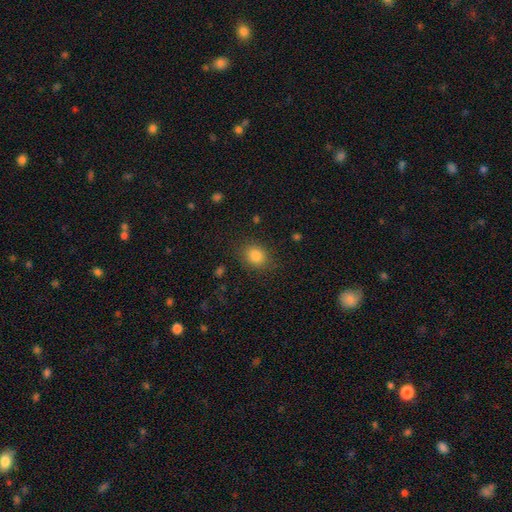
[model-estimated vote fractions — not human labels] The model was most divided on "how rounded": round: 60%, in between: 40%, cigar-shaped: 1%. More confident: merging — none (84%); smooth or featured — smooth (84%).